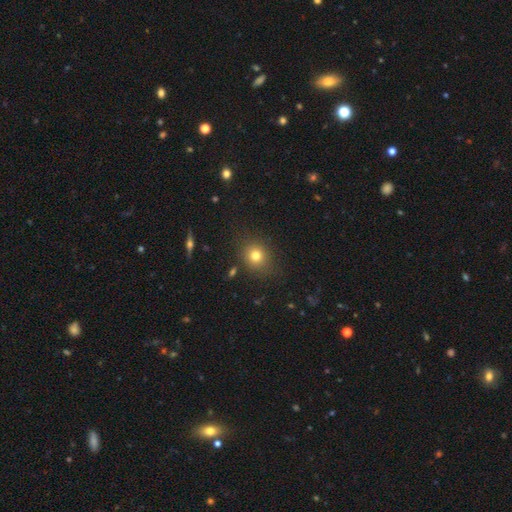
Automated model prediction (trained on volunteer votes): This appears to be a smooth galaxy with no disk features (76%) that is round (74%). Merging: none (83%).